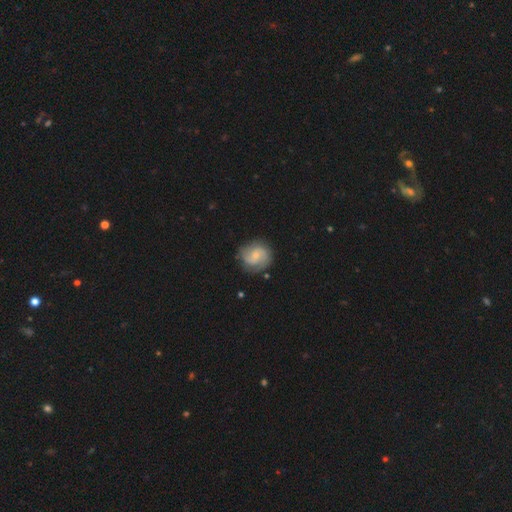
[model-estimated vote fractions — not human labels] The model was most divided on "bar": no: 50%, weak: 43%, strong: 7%. Remaining: edge-on disk — no (98%); spiral arms — yes (94%); spiral arm count — 2 (79%); merging — none (77%); smooth or featured — featured or disk (69%); bulge size — small (56%); spiral winding — medium (47%).